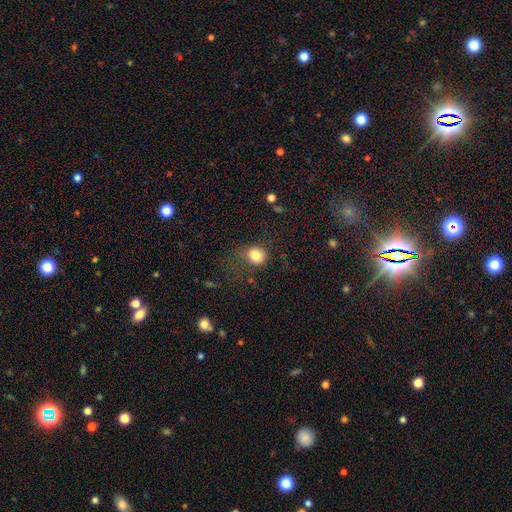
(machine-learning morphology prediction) Smooth or featured: smooth — 81% (star or artifact — 12%)
How rounded: round — 77% (in between — 22%)
Merging: none — 66% (minor disturbance — 19%)